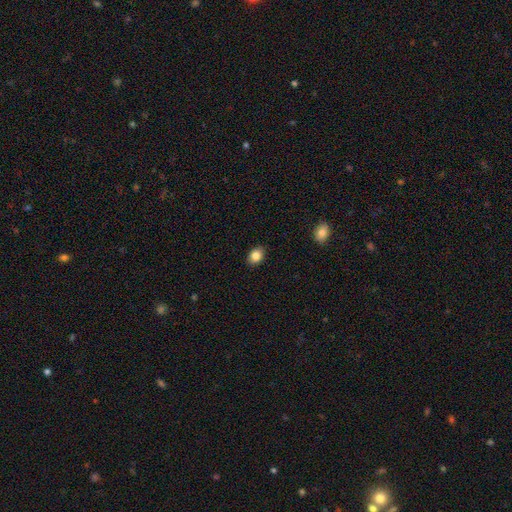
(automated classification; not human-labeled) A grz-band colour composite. It shows a smooth galaxy with no disk features (86%) that is in between round and cigar-shaped (71%). Merging: none (89%).